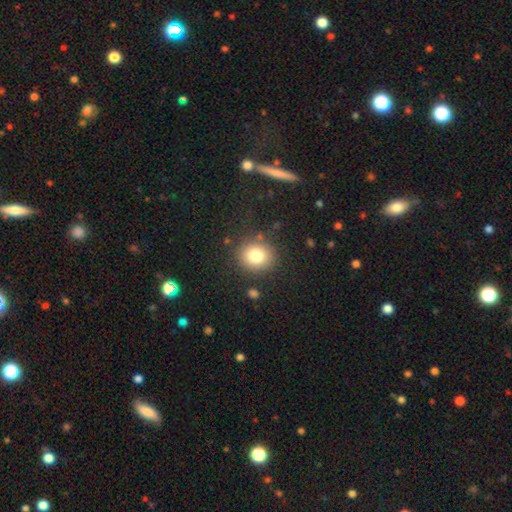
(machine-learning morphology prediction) Smooth or featured: smooth — 79% (star or artifact — 12%)
How rounded: round — 83% (in between — 16%)
Merging: none — 86% (minor disturbance — 8%)